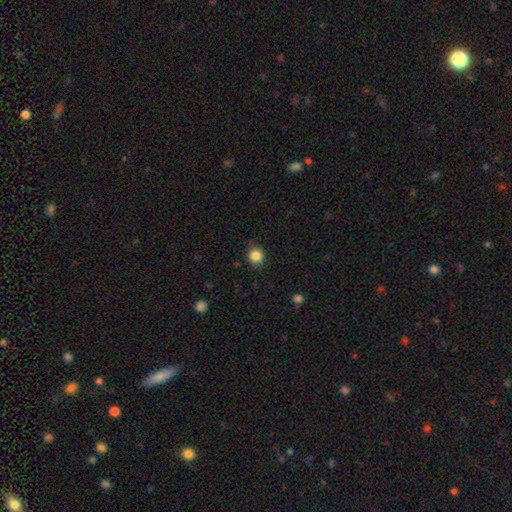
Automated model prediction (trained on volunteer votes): Morphology: type=smooth (85%); roundness=round (88%); merging=none (84%).